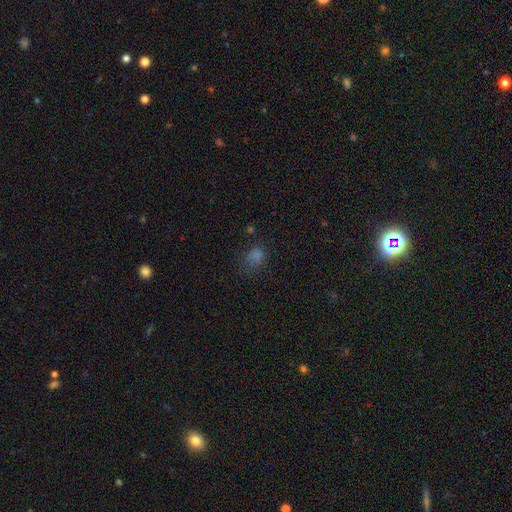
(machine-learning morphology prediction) Q: Smooth or featured?
A: smooth (67%); runner-up: star or artifact (27%)
Q: How rounded?
A: round (65%); runner-up: in between (33%)
Q: Merging?
A: none (71%); runner-up: minor disturbance (18%)